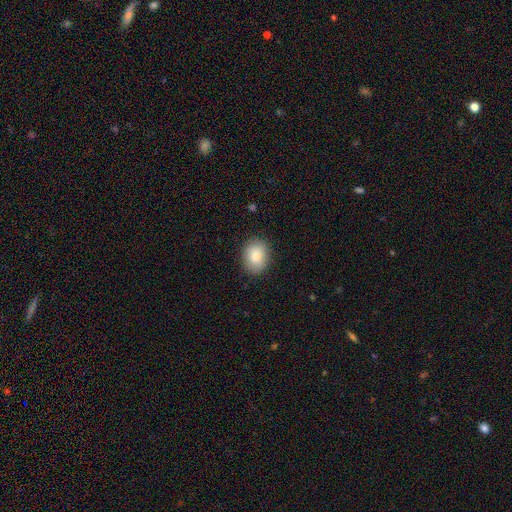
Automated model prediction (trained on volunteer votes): Smooth or featured: smooth — 84% (featured or disk — 8%)
How rounded: in between — 54% (round — 45%)
Merging: none — 88% (minor disturbance — 9%)